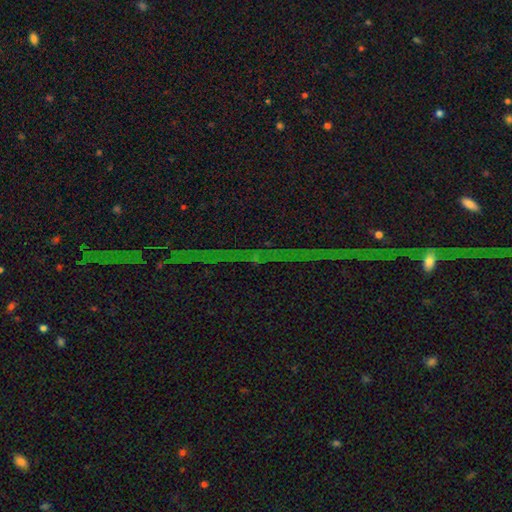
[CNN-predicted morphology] type=star or artifact (84%).